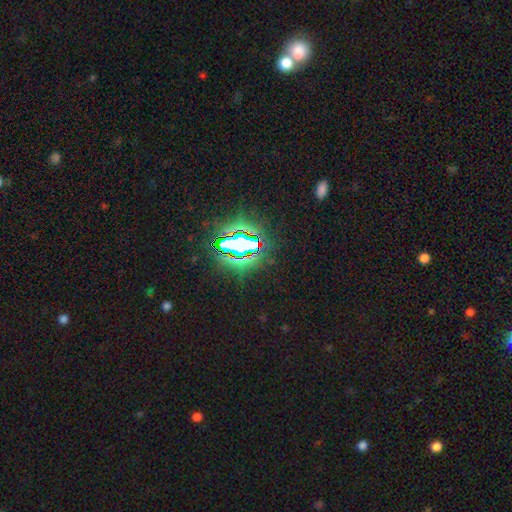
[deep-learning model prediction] Q: Smooth or featured?
A: star or artifact (85%); runner-up: smooth (9%)